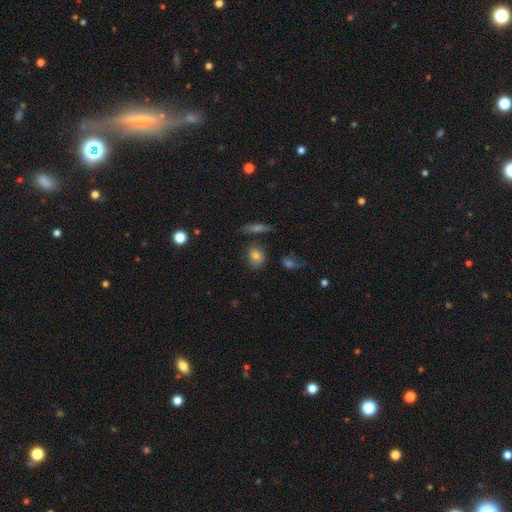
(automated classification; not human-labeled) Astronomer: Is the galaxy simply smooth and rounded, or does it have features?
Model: smooth — 77%.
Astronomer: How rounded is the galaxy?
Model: round — 52% (runner-up: in between, 45%).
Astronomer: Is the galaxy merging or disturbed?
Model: none — 72%.